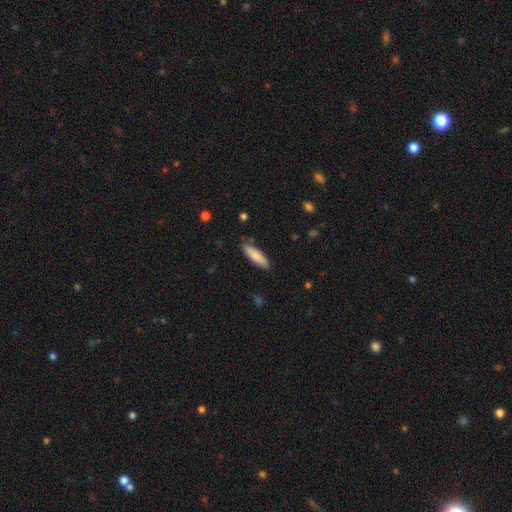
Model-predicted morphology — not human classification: type=smooth (80%); roundness=cigar-shaped (64%); merging=none (85%).